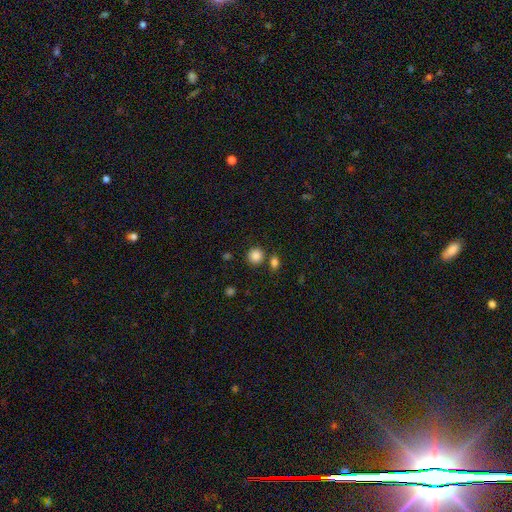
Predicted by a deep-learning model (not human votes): A smooth galaxy with no disk features (86%) that is round (88%).

Vote fractions:
- Smooth or featured? smooth: 86% / star or artifact: 10% / featured or disk: 4%
- How rounded? round: 88% / in between: 11% / cigar-shaped: 1%
- Merging? none: 77% / merger: 11% / minor disturbance: 9% / major disturbance: 3%